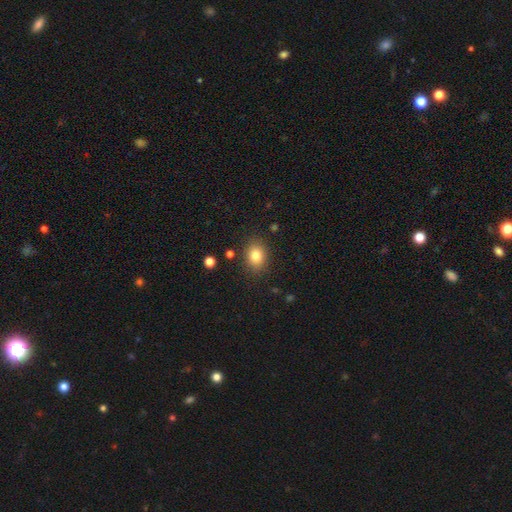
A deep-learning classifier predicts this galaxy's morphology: This is clearly a smooth galaxy (81%). How rounded: possibly in between (58%). Merging: clearly none (85%).